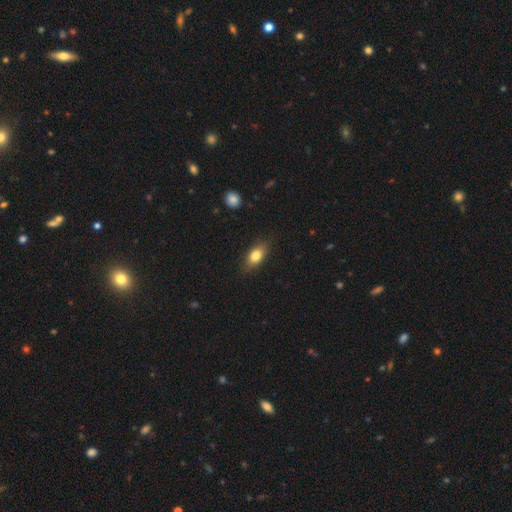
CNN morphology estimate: A smooth galaxy with no disk features (80%) that is in between round and cigar-shaped (85%).

Vote fractions:
- Smooth or featured? smooth: 80% / featured or disk: 12% / star or artifact: 8%
- How rounded? in between: 85% / round: 8% / cigar-shaped: 7%
- Merging? none: 83% / minor disturbance: 13% / major disturbance: 3% / merger: 1%